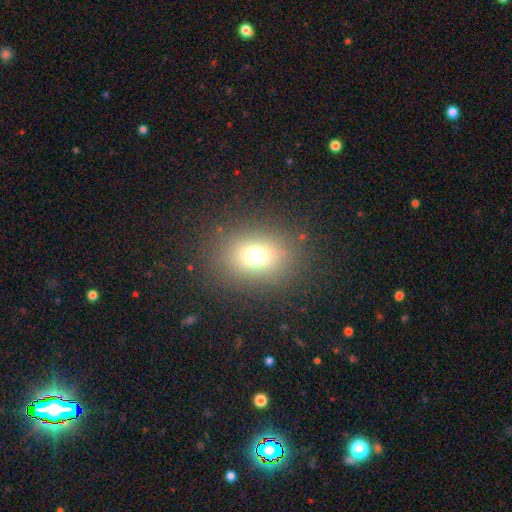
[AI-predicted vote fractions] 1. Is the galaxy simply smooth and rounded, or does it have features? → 70% smooth, 19% star or artifact, 12% featured or disk.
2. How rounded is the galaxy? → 51% round, 48% in between, 1% cigar-shaped.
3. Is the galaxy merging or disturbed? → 84% none, 9% minor disturbance, 6% major disturbance, 1% merger.